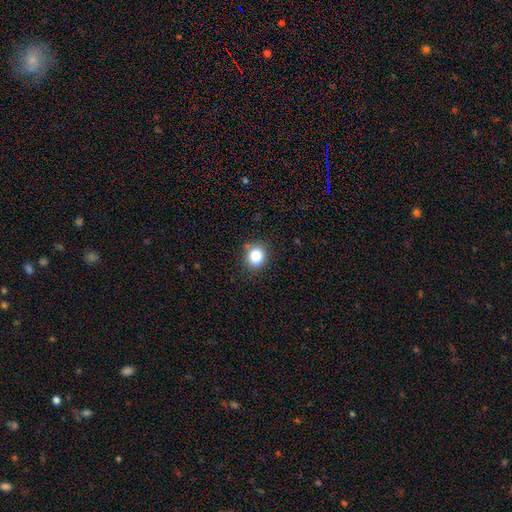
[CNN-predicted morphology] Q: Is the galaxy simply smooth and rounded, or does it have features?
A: smooth — 84%.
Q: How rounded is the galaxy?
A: round — 74%.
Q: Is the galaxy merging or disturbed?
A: none — 83%.